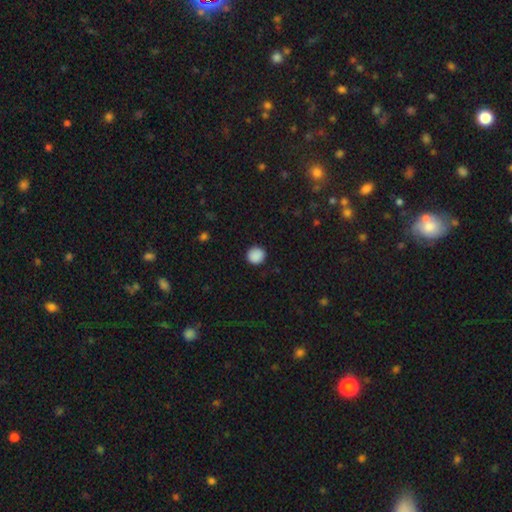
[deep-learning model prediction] Smooth or featured? Predicted: smooth (p=0.89). How rounded? Predicted: round (p=0.90). Merging? Predicted: none (p=0.91).